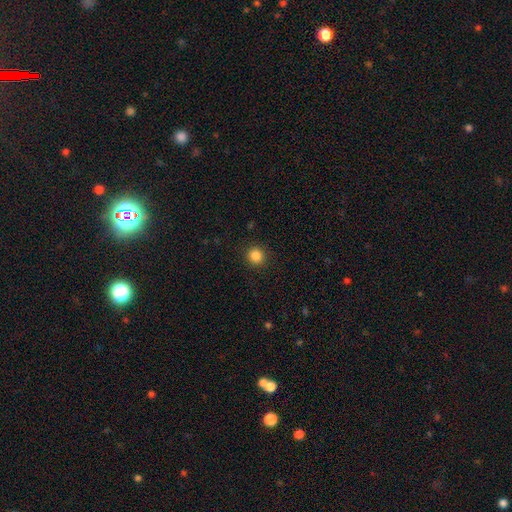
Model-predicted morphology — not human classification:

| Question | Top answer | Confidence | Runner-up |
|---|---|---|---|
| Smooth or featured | smooth | 85% | star or artifact (11%) |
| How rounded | round | 93% | in between (6%) |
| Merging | none | 92% | minor disturbance (5%) |